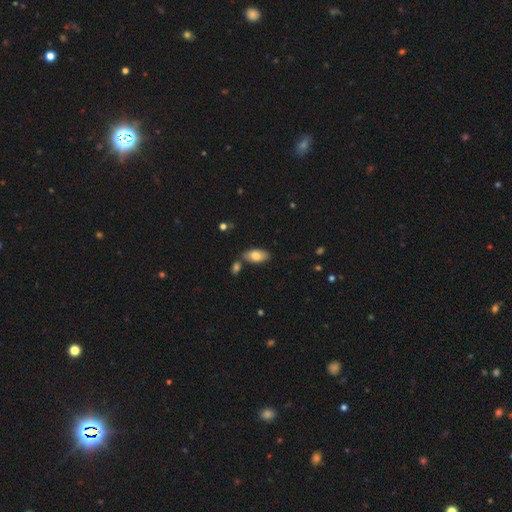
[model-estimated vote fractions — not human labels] The model was most divided on "merging": none: 72%, minor disturbance: 13%, merger: 12%, major disturbance: 3%. More confident: how rounded — in between (92%); smooth or featured — smooth (79%).